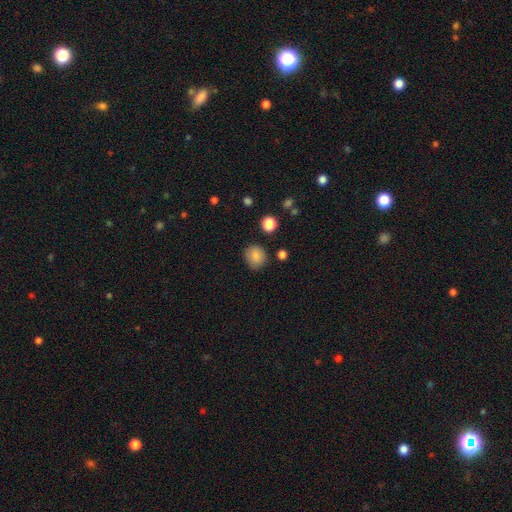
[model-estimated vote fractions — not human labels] Smooth or featured? smooth (85%)
How rounded? round (79%)
Merging? none (82%)